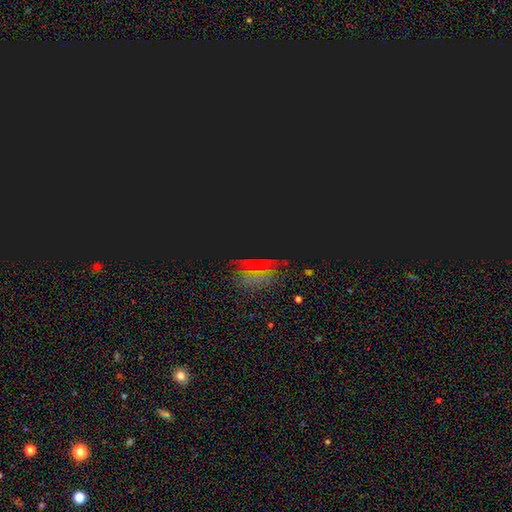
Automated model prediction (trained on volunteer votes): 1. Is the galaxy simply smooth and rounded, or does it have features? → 72% star or artifact, 17% smooth, 11% featured or disk.